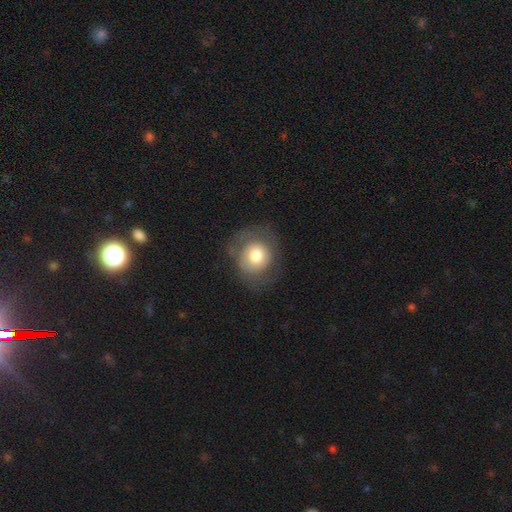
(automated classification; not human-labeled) Smooth or featured? smooth (66%)
How rounded? round (75%)
Merging? none (63%)